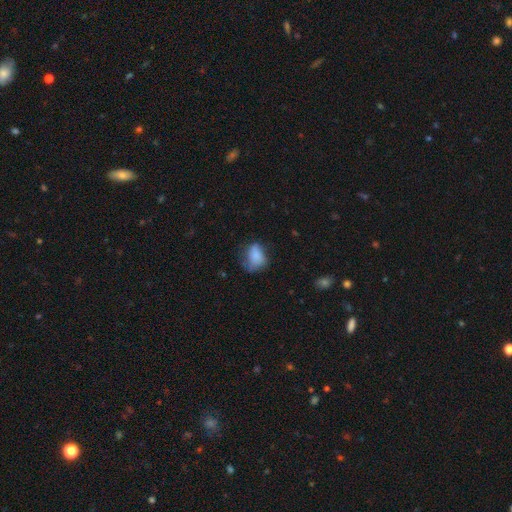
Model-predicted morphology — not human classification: smooth_or_featured: smooth (p=0.78) [alt: featured or disk p=0.12]
how_rounded: in between (p=0.77) [alt: round p=0.21]
merging: none (p=0.43) [alt: minor disturbance p=0.35]